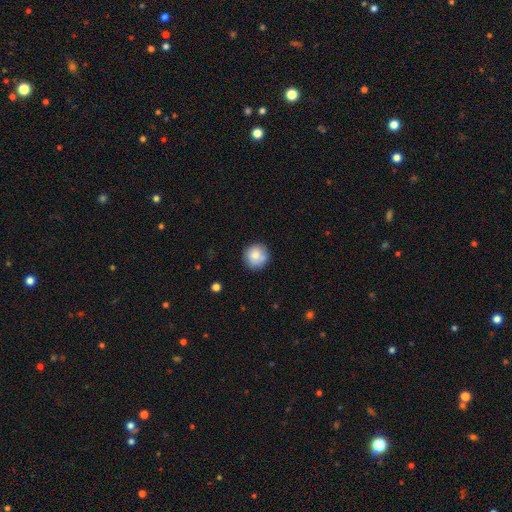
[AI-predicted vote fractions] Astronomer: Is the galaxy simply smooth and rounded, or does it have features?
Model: smooth — 79%.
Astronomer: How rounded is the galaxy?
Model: round — 93%.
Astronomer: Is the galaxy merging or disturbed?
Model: none — 80%.